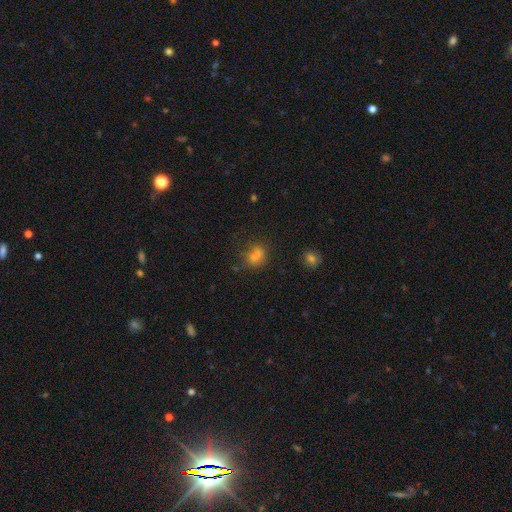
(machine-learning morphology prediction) smooth-or-featured: smooth: 72% | star or artifact: 15% | featured or disk: 13%
  how-rounded: in between: 61% | round: 35% | cigar-shaped: 4%
  merging: none: 54% | minor disturbance: 22% | major disturbance: 13% | merger: 11%